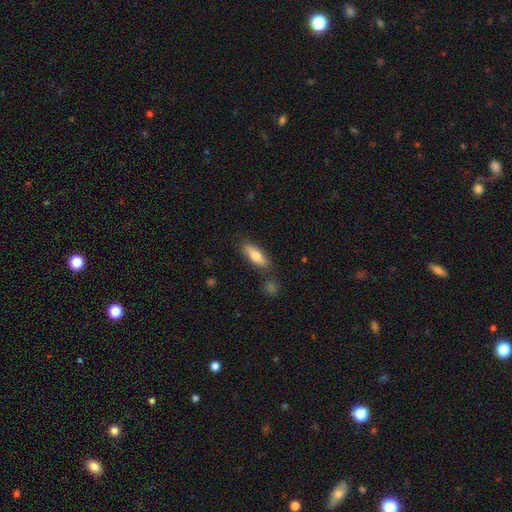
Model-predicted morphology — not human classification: smooth-or-featured: smooth: 68% | featured or disk: 26% | star or artifact: 6%
  how-rounded: in between: 54% | cigar-shaped: 43% | round: 2%
  merging: none: 79% | minor disturbance: 13% | merger: 5% | major disturbance: 3%